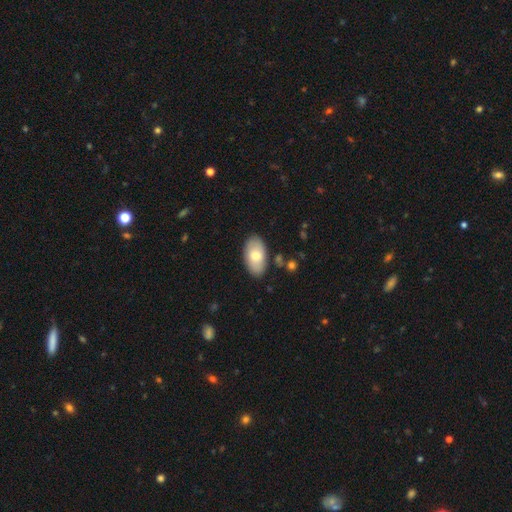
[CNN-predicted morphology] smooth 71%, featured or disk 23%, star or artifact 6%. Down the decision tree: how rounded — in between (95%); merging — none (85%).